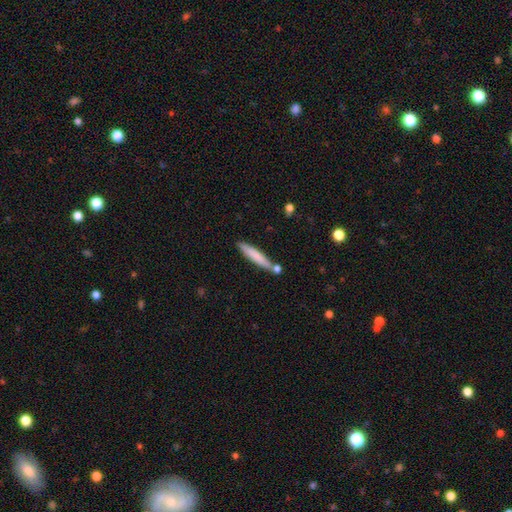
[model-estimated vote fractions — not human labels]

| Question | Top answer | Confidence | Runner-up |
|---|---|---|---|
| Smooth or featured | smooth | 74% | featured or disk (20%) |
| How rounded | cigar-shaped | 92% | in between (7%) |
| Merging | none | 74% | minor disturbance (13%) |